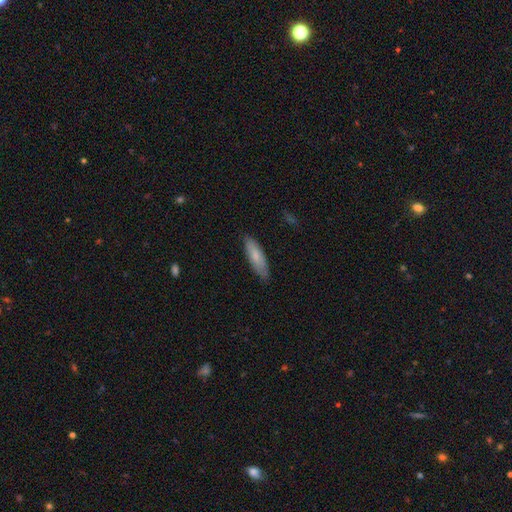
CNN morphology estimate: Q: Smooth or featured?
A: smooth (75%); runner-up: featured or disk (19%)
Q: How rounded?
A: cigar-shaped (58%); runner-up: in between (41%)
Q: Merging?
A: none (81%); runner-up: minor disturbance (15%)